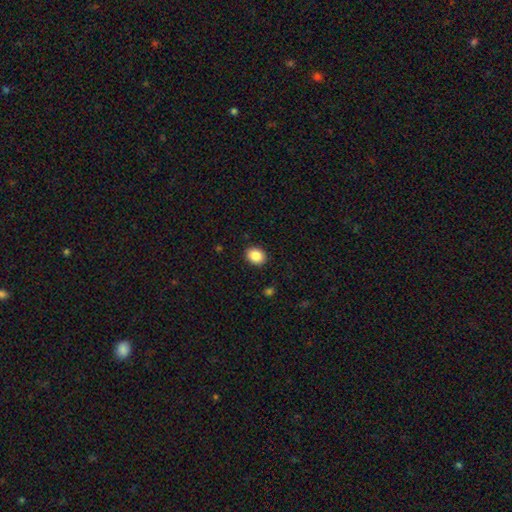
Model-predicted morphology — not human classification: Q: Smooth or featured?
A: smooth (87%); runner-up: star or artifact (9%)
Q: How rounded?
A: in between (54%); runner-up: round (45%)
Q: Merging?
A: none (90%); runner-up: minor disturbance (7%)